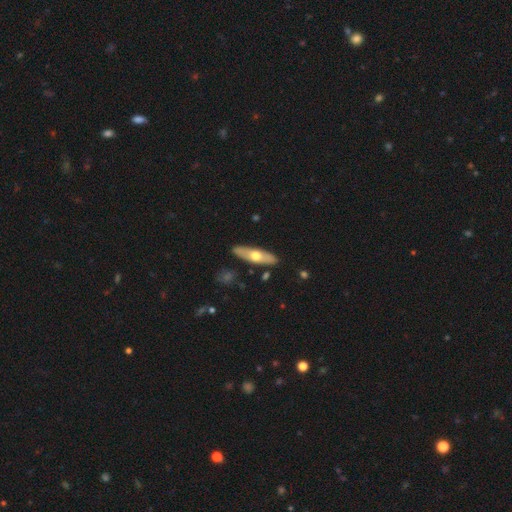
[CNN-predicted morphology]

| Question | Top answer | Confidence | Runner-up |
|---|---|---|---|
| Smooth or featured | smooth | 49% | featured or disk (46%) |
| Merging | none | 88% | minor disturbance (8%) |